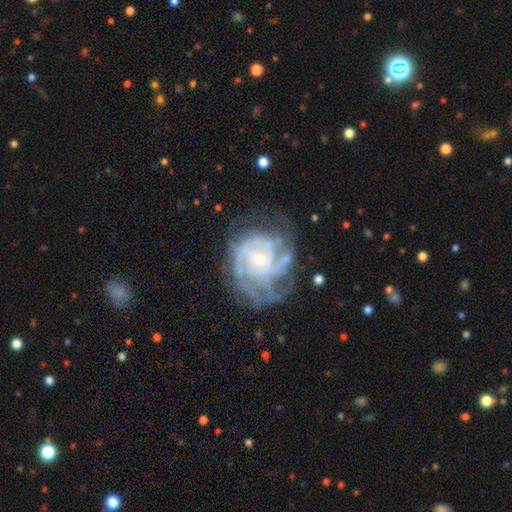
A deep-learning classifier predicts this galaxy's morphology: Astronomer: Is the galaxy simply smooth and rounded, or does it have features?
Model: featured or disk — 84%.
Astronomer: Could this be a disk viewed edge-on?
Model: no — 98%.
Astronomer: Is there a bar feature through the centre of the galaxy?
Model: no — 64%.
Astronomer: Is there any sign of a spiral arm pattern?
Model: yes — 94%.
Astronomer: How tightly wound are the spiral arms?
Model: tight — 66%.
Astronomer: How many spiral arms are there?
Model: can't tell — 35% (runner-up: 4, 20%).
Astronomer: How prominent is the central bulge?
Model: small — 72%.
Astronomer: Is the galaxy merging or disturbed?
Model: none — 63%.